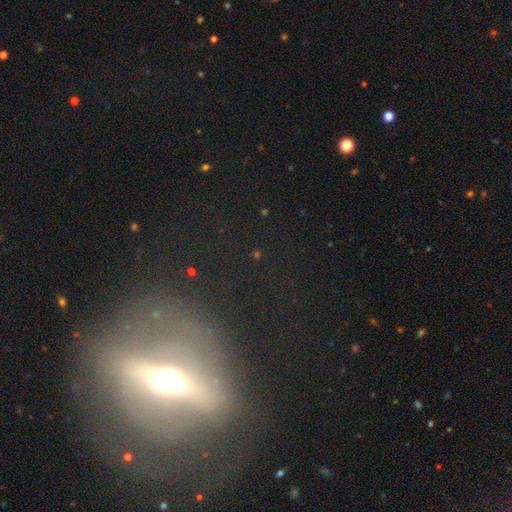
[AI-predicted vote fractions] Overall: featured or disk (53%; star or artifact 24%). Edge-on disk: yes (51%; no 49%). Merging: none (66%).